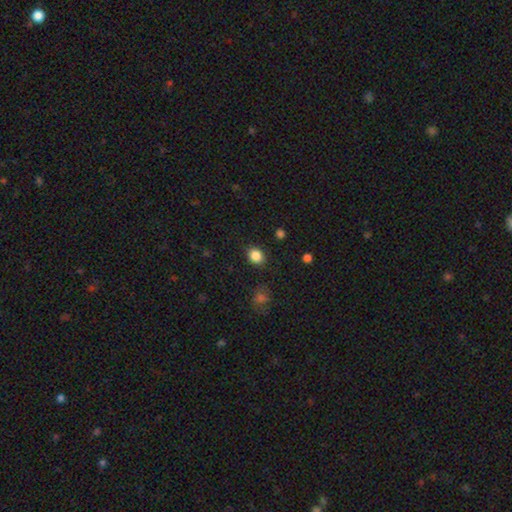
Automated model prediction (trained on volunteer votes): A smooth galaxy with no disk features (85%) that is round (59%). Merging: none (85%).